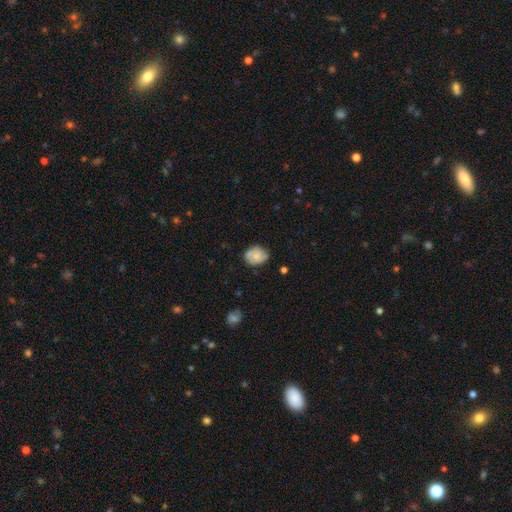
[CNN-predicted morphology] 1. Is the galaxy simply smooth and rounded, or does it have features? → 65% smooth, 27% featured or disk, 8% star or artifact.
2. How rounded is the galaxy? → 58% round, 41% in between, 1% cigar-shaped.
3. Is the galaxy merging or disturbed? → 65% none, 26% minor disturbance, 6% major disturbance, 4% merger.